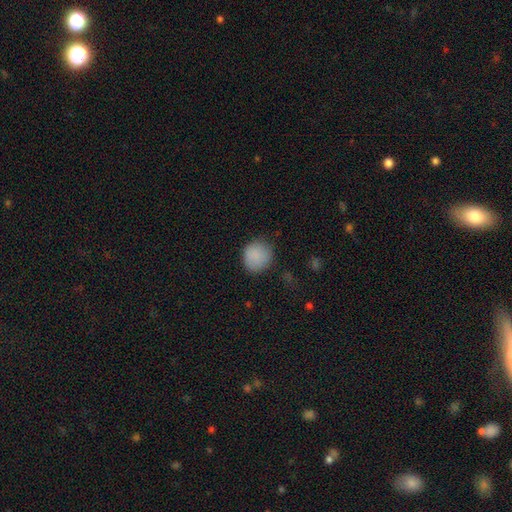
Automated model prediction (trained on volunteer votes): Overall: smooth (87%). How rounded: round (87%). Merging: none (77%).